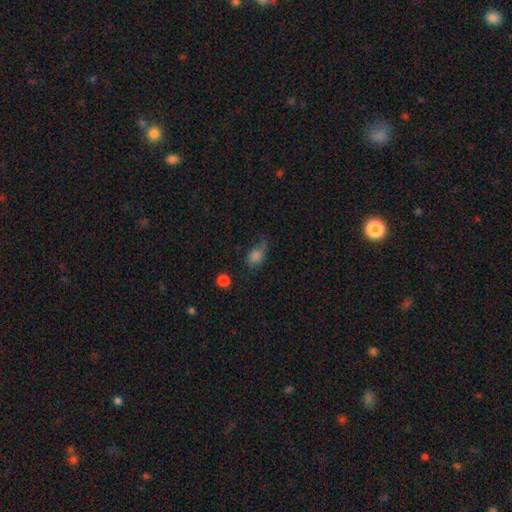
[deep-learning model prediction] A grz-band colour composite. It shows a smooth galaxy with no disk features (76%) that is in between round and cigar-shaped (66%). Merging: none (34%).